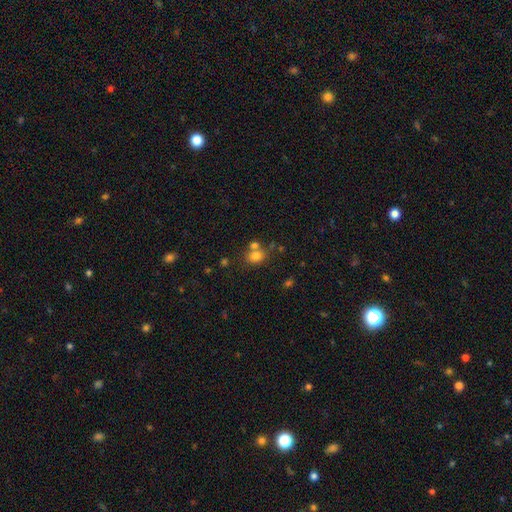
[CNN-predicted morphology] type=smooth (77%); roundness=round (52%); merging=none (56%).